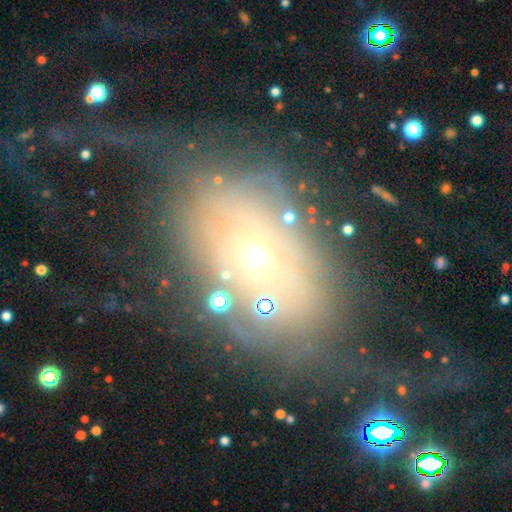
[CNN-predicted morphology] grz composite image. It shows a featured or disk galaxy (49%). Merging: major disturbance (45%).